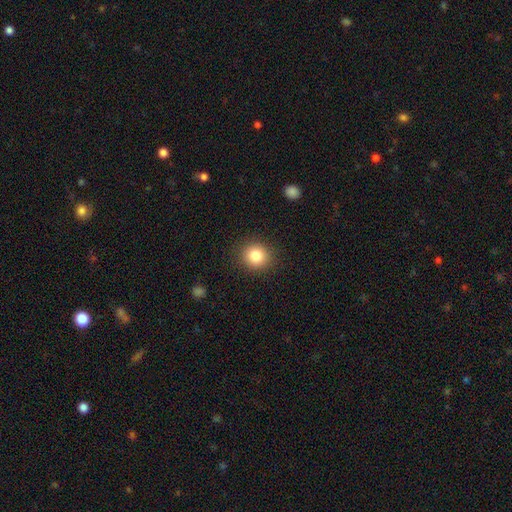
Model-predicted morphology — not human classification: Smooth or featured?
  - smooth: 83% *
  - star or artifact: 10%
  - featured or disk: 7%
How rounded?
  - round: 86% *
  - in between: 13%
  - cigar-shaped: 1%
Merging?
  - none: 90% *
  - minor disturbance: 7%
  - major disturbance: 2%
  - merger: 1%